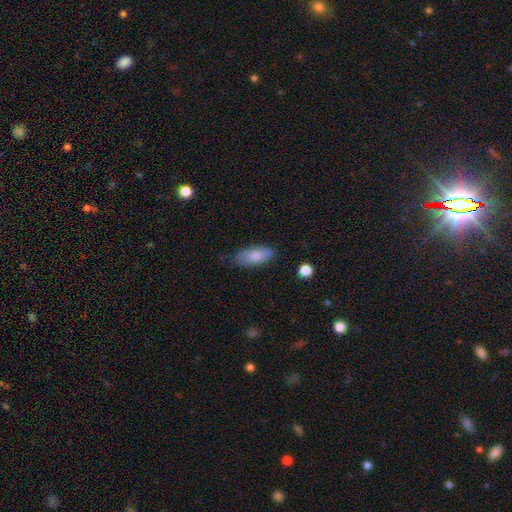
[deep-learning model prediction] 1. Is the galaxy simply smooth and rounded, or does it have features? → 80% smooth, 13% featured or disk, 7% star or artifact.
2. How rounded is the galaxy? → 79% in between, 18% cigar-shaped, 2% round.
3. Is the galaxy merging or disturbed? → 67% none, 25% minor disturbance, 6% major disturbance, 2% merger.